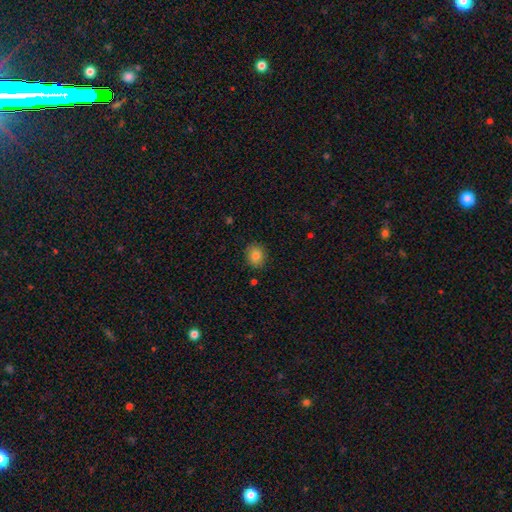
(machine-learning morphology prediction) Smooth or featured: smooth — 82% (star or artifact — 10%)
How rounded: round — 70% (in between — 29%)
Merging: none — 88% (minor disturbance — 9%)